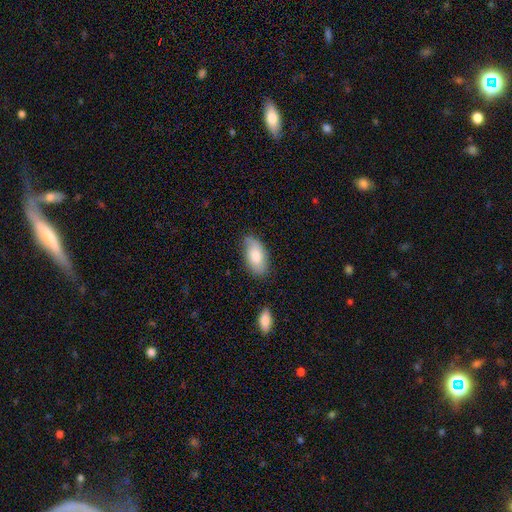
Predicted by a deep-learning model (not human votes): smooth-or-featured: smooth: 74% | featured or disk: 19% | star or artifact: 6%
  how-rounded: in between: 94% | cigar-shaped: 3% | round: 3%
  merging: none: 72% | minor disturbance: 22% | major disturbance: 4% | merger: 2%